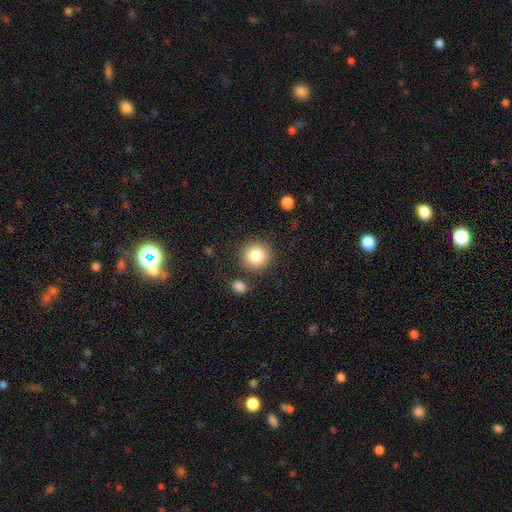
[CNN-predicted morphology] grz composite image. It shows a smooth galaxy with no disk features (84%) that is round (92%). Merging: none (83%).